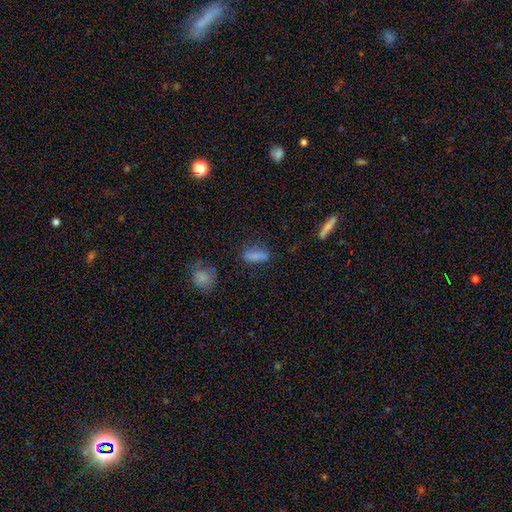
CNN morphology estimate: Smooth or featured: smooth — 74% (star or artifact — 14%)
How rounded: in between — 76% (cigar-shaped — 18%)
Merging: none — 63% (minor disturbance — 22%)